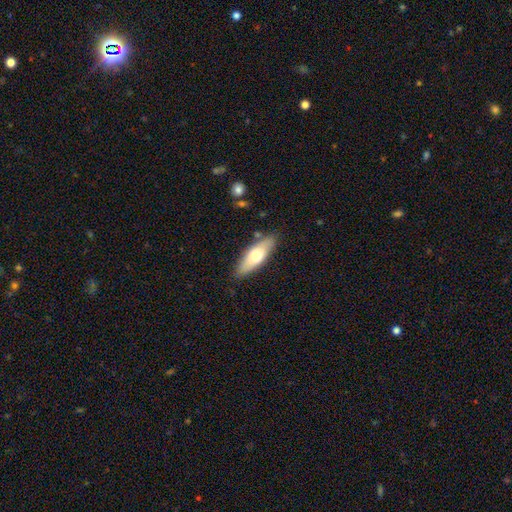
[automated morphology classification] Overall: smooth (63%; featured or disk 31%). How rounded: in between (57%; cigar-shaped 41%). Merging: none (85%).